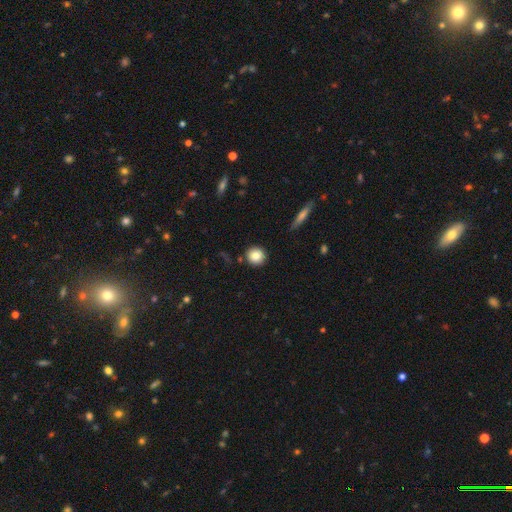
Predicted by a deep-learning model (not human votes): smooth_or_featured: smooth (p=0.85) [alt: star or artifact p=0.09]
how_rounded: round (p=0.91) [alt: in between p=0.08]
merging: none (p=0.89) [alt: minor disturbance p=0.07]